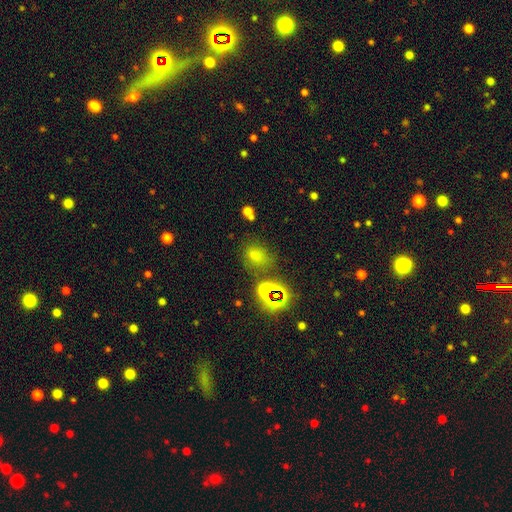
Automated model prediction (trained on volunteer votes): Morphology: type=smooth (60%); roundness=in between (56%); merging=none (61%).